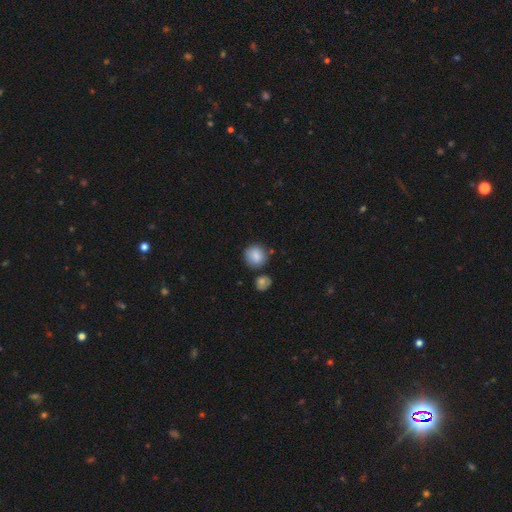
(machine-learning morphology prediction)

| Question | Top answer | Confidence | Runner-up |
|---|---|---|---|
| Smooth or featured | smooth | 86% | star or artifact (8%) |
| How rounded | round | 85% | in between (14%) |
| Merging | none | 76% | minor disturbance (13%) |